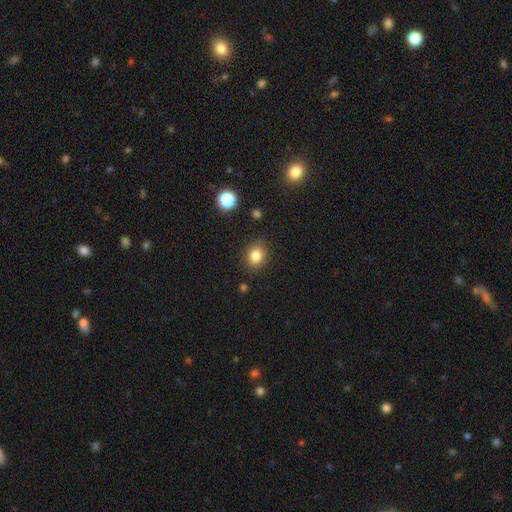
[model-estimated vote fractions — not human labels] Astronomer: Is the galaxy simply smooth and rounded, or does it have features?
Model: smooth — 83%.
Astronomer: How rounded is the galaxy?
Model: round — 66%.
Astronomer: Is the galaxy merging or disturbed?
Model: none — 85%.